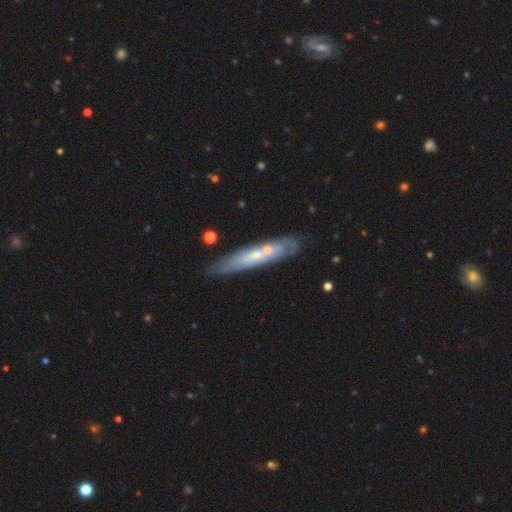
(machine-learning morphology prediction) type=featured or disk (55%); edge-on=yes (52%); merging=none (70%).